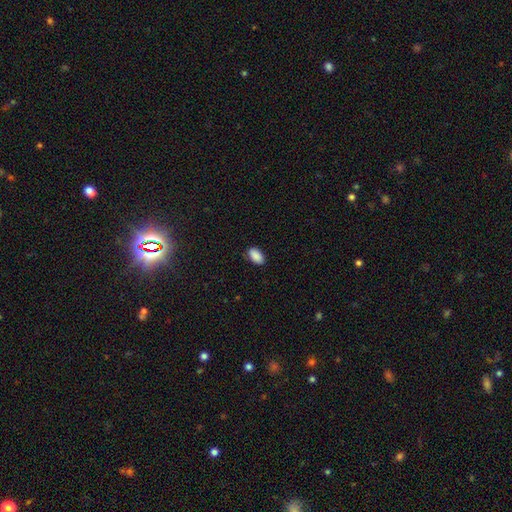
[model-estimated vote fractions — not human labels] Morphology: type=smooth (90%); roundness=in between (94%); merging=none (85%).